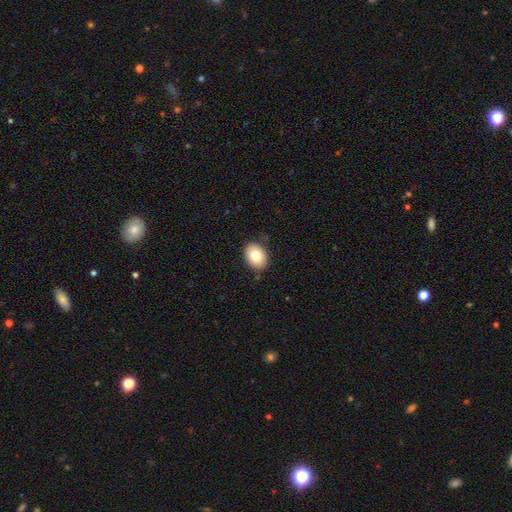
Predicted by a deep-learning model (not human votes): Smooth or featured: smooth — 80% (featured or disk — 12%)
How rounded: in between — 70% (round — 29%)
Merging: none — 85% (minor disturbance — 12%)